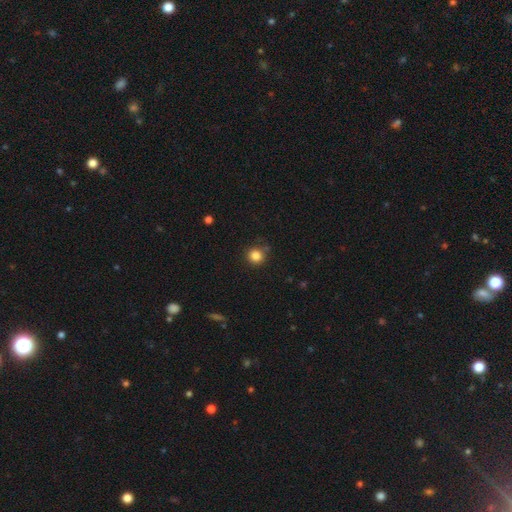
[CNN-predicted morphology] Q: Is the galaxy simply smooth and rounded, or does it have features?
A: smooth — 84%.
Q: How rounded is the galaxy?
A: round — 91%.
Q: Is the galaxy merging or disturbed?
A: none — 81%.